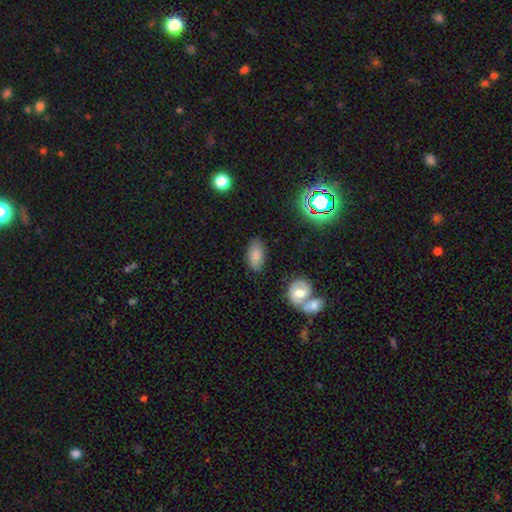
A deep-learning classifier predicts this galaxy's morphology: Overall: smooth (79%). How rounded: in between (92%). Merging: none (77%).